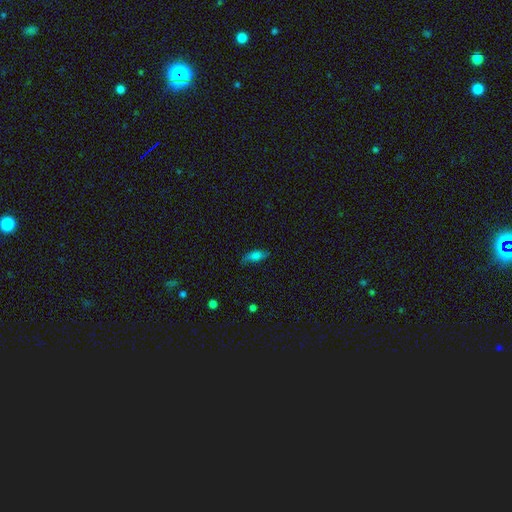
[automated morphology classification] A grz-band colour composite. It shows a smooth galaxy with no disk features (72%) that is in between round and cigar-shaped (74%). Merging: none (64%).